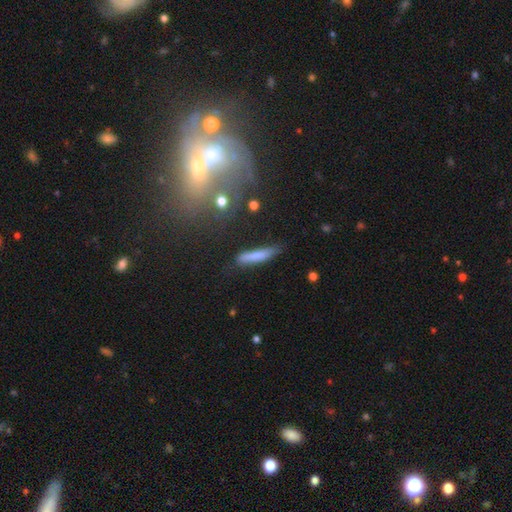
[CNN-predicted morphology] This is likely a smooth galaxy (76%). How rounded: clearly cigar-shaped (87%). Merging: likely none (71%).